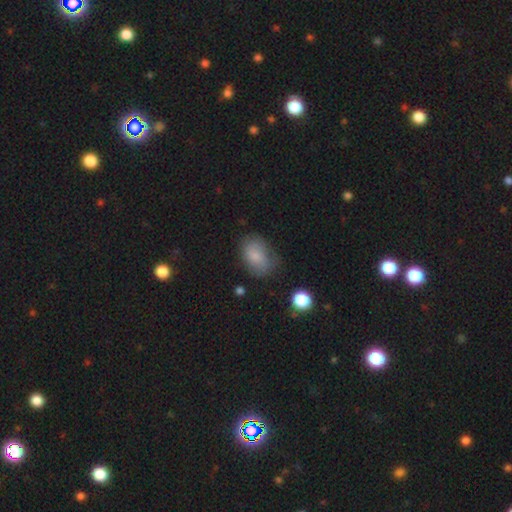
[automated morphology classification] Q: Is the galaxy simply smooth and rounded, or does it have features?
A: smooth — 77%.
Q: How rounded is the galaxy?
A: in between — 82%.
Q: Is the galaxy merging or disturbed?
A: none — 59%.